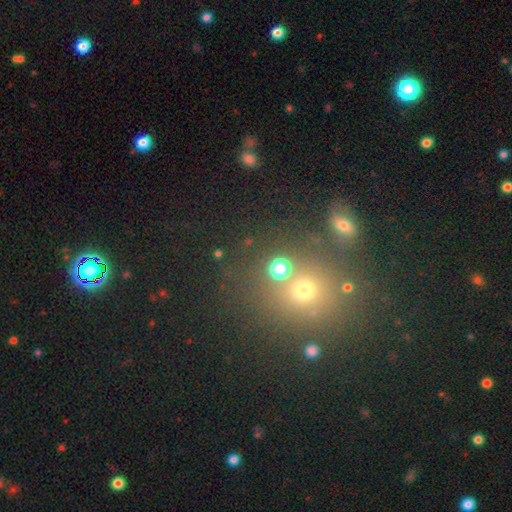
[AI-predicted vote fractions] A smooth galaxy with no disk features (46%). Merging: none (69%).